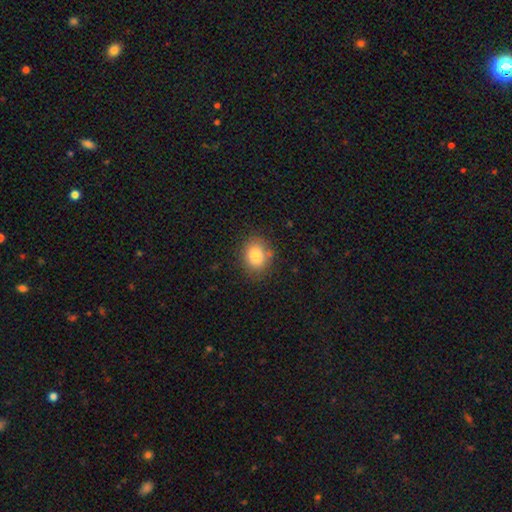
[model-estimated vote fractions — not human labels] smooth_or_featured: smooth (p=0.82) [alt: star or artifact p=0.10]
how_rounded: round (p=0.60) [alt: in between p=0.39]
merging: none (p=0.83) [alt: minor disturbance p=0.12]